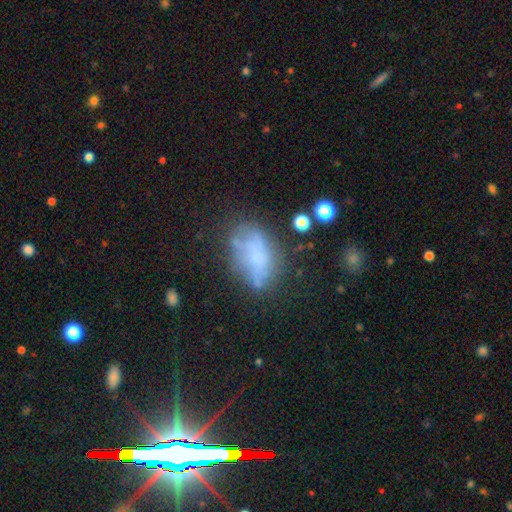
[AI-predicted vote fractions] Smooth or featured: smooth — 45% (featured or disk — 41%)
Merging: none — 44% (minor disturbance — 26%)